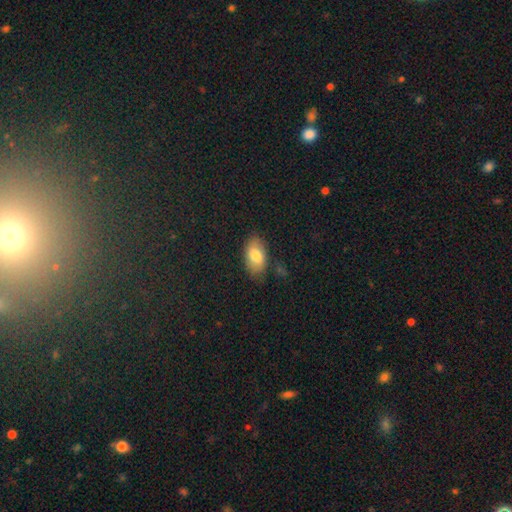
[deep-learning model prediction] Overall: smooth (78%). How rounded: in between (93%). Merging: none (77%).